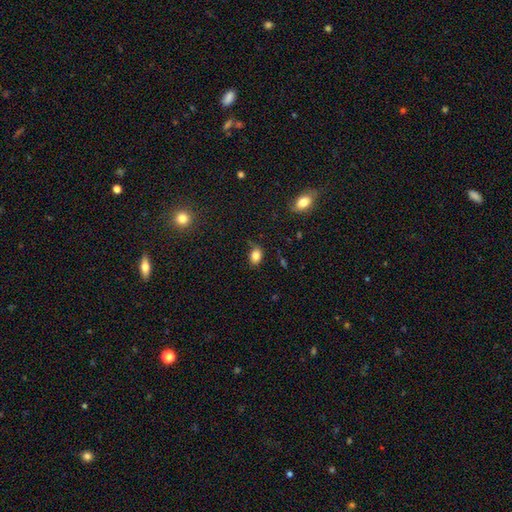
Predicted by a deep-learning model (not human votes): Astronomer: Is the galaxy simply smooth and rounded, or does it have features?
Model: smooth — 83%.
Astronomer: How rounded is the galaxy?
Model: in between — 74%.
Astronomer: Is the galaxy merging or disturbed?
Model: none — 70%.